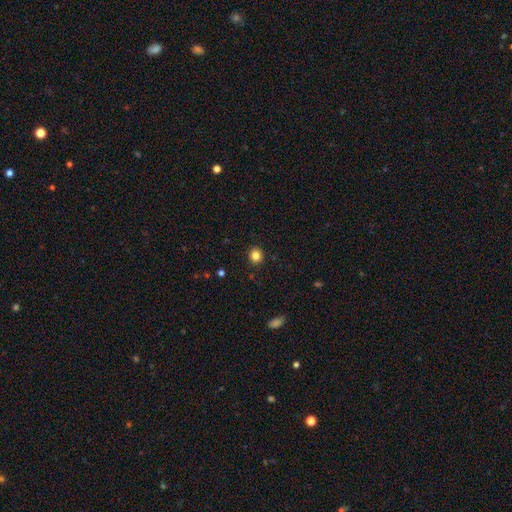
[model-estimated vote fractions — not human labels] Morphology: type=smooth (83%); roundness=round (81%); merging=none (91%).